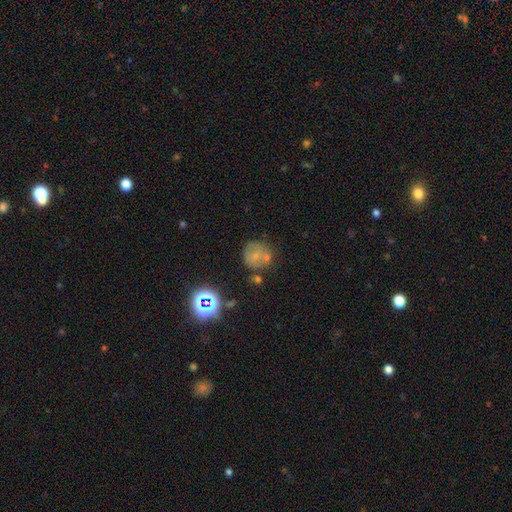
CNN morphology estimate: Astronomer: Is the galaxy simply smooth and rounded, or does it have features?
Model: smooth — 55%.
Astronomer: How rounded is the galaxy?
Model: round — 87%.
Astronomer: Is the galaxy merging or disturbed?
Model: none — 52%.